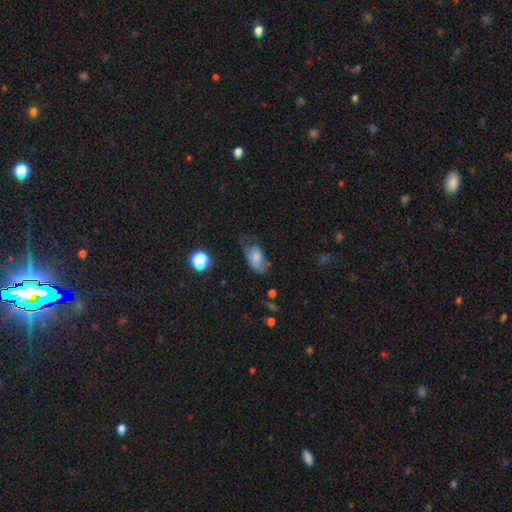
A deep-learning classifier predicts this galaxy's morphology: smooth 72%, featured or disk 18%, star or artifact 10%. Down the decision tree: how rounded — in between (90%); merging — none (39%).